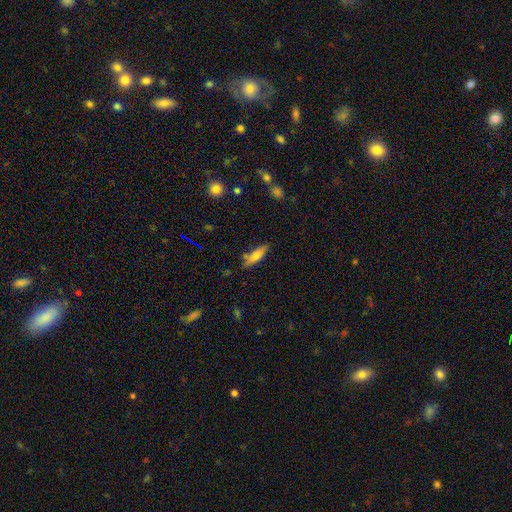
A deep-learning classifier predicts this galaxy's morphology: Overall: smooth (74%). How rounded: in between (49%, tied with cigar-shaped). Merging: none (71%).